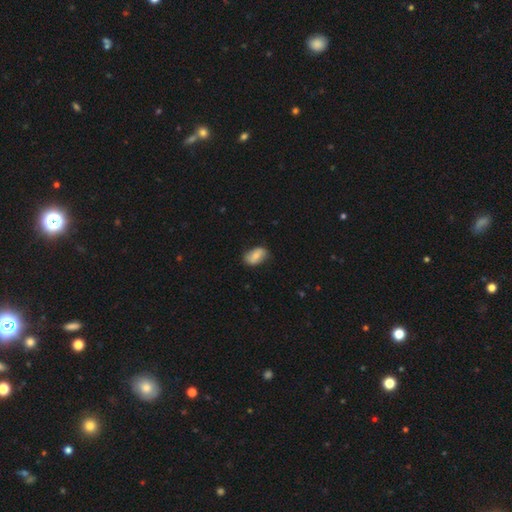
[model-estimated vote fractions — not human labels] A smooth galaxy with no disk features (65%) that is in between round and cigar-shaped (89%). Merging: none (75%).